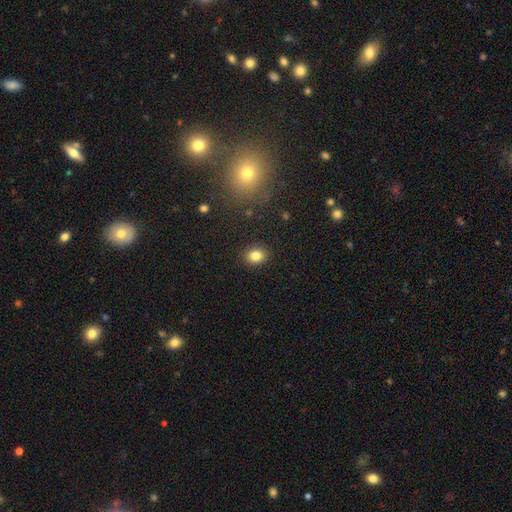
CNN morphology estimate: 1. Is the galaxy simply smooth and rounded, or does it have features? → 84% smooth, 10% star or artifact, 6% featured or disk.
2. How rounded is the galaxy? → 52% round, 47% in between, 1% cigar-shaped.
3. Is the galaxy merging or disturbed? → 89% none, 7% minor disturbance, 2% major disturbance, 1% merger.